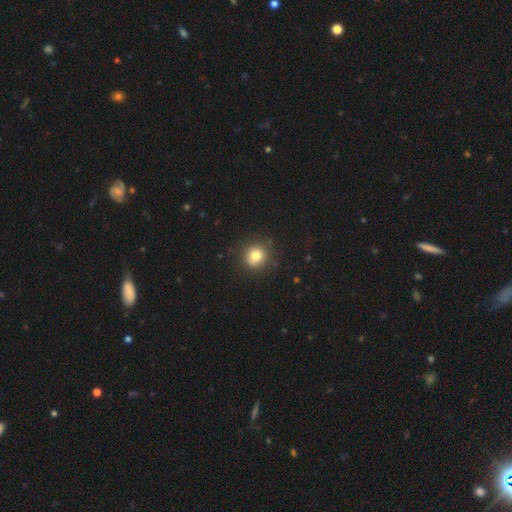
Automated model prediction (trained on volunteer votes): Smooth or featured? Predicted: smooth (p=0.79). How rounded? Predicted: round (p=0.90). Merging? Predicted: none (p=0.81).